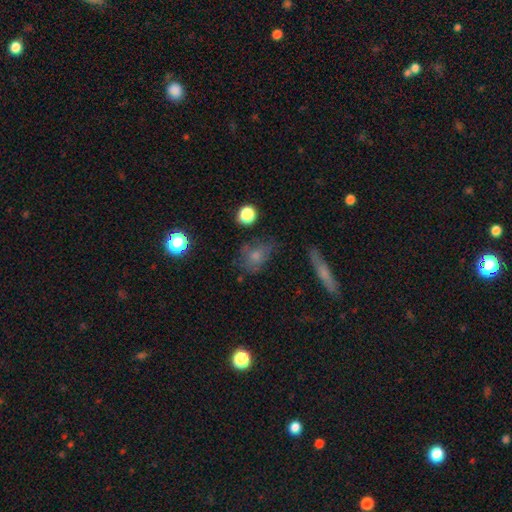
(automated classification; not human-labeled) Q: Smooth or featured?
A: smooth (65%); runner-up: featured or disk (19%)
Q: How rounded?
A: in between (55%); runner-up: round (41%)
Q: Merging?
A: none (53%); runner-up: minor disturbance (25%)